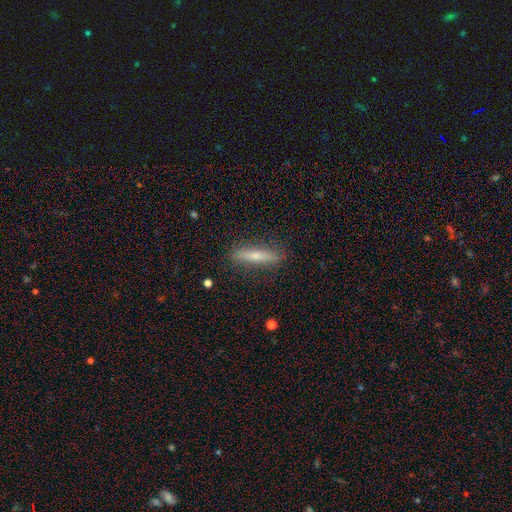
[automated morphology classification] Overall: smooth (56%; featured or disk 36%). How rounded: cigar-shaped (87%). Merging: none (88%).